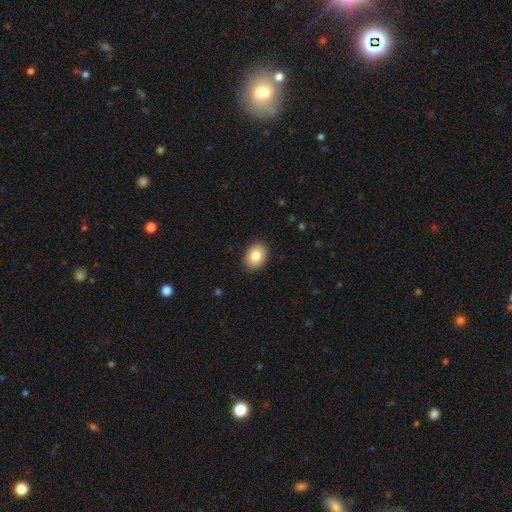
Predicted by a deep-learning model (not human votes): The model was most divided on "how rounded": in between: 76%, round: 23%, cigar-shaped: 1%. More confident: merging — none (89%); smooth or featured — smooth (84%).